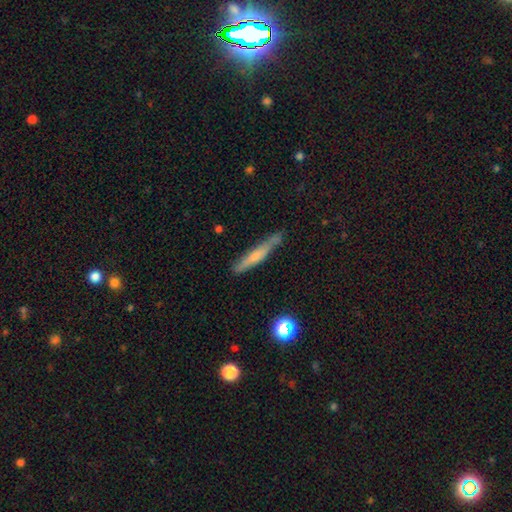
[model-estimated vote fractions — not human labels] Smooth or featured: smooth — 50% (featured or disk — 42%)
Merging: none — 75% (minor disturbance — 19%)